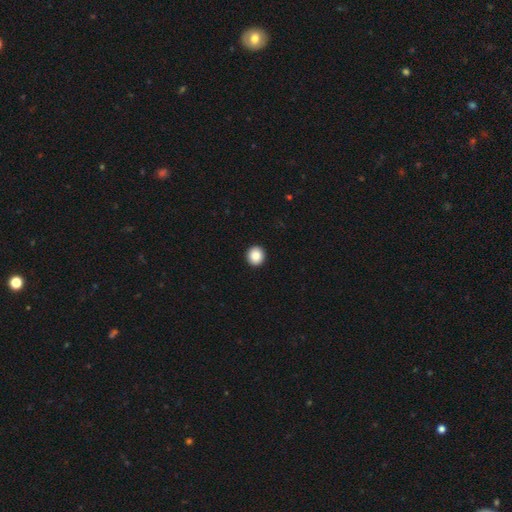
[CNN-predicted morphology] Q: Smooth or featured?
A: smooth (88%); runner-up: star or artifact (8%)
Q: How rounded?
A: round (88%); runner-up: in between (11%)
Q: Merging?
A: none (94%); runner-up: minor disturbance (4%)